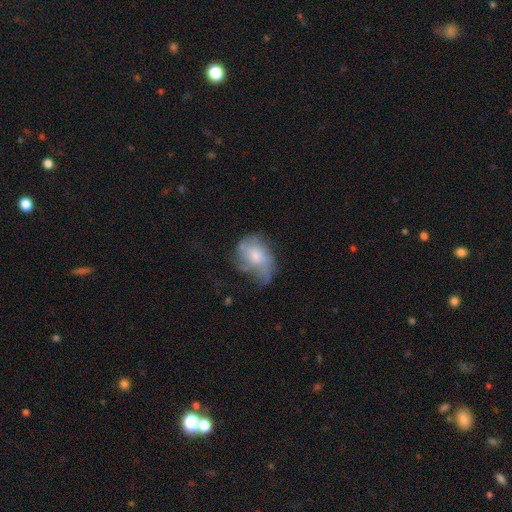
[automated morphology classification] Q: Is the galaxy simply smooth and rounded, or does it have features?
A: smooth — 46%, tied with featured or disk.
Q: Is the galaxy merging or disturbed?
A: none — 35%.